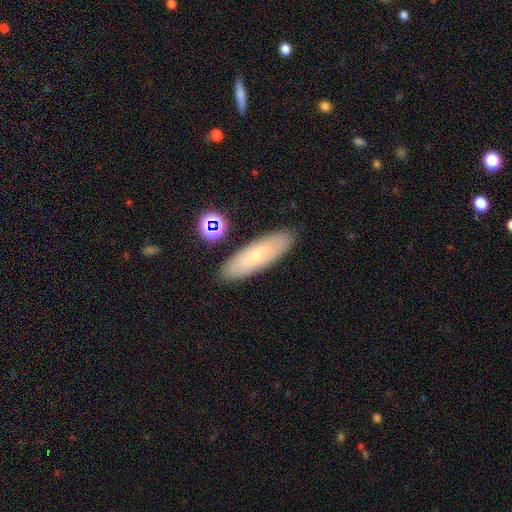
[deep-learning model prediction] Q: Smooth or featured?
A: smooth (58%); runner-up: featured or disk (34%)
Q: How rounded?
A: cigar-shaped (51%); runner-up: in between (46%)
Q: Merging?
A: none (87%); runner-up: minor disturbance (9%)